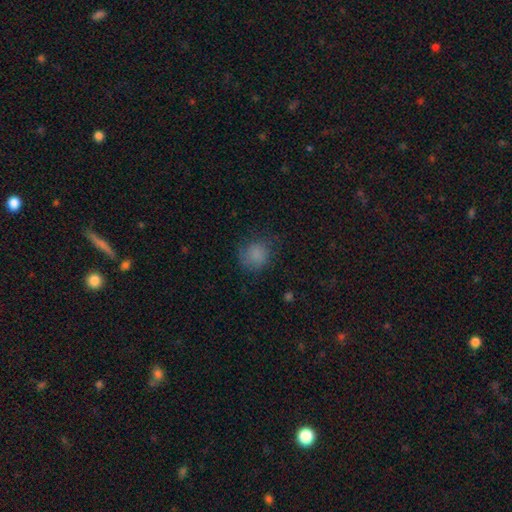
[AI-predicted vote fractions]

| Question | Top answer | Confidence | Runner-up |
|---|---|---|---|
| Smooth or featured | smooth | 78% | featured or disk (12%) |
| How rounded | round | 80% | in between (19%) |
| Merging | none | 66% | minor disturbance (22%) |